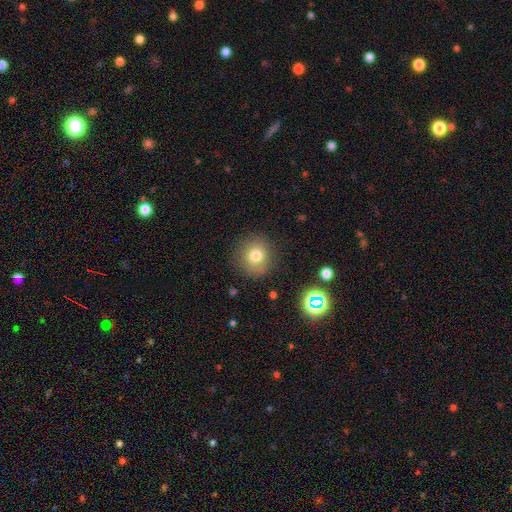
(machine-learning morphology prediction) Overall: smooth (77%). How rounded: round (88%). Merging: none (85%).